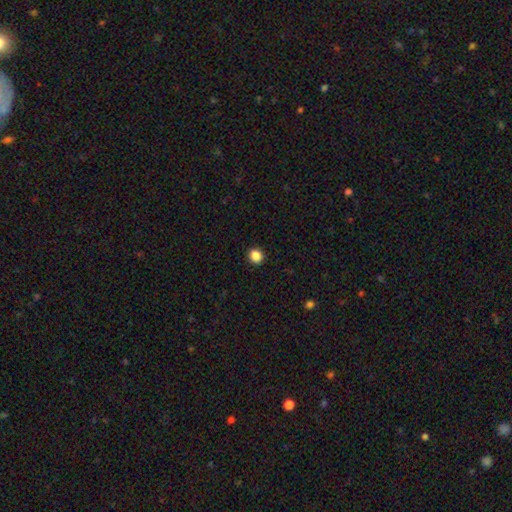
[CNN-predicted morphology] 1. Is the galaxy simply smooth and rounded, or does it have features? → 87% smooth, 11% star or artifact, 3% featured or disk.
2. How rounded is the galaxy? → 82% round, 17% in between, 1% cigar-shaped.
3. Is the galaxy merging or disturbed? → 92% none, 5% minor disturbance, 2% major disturbance, 1% merger.